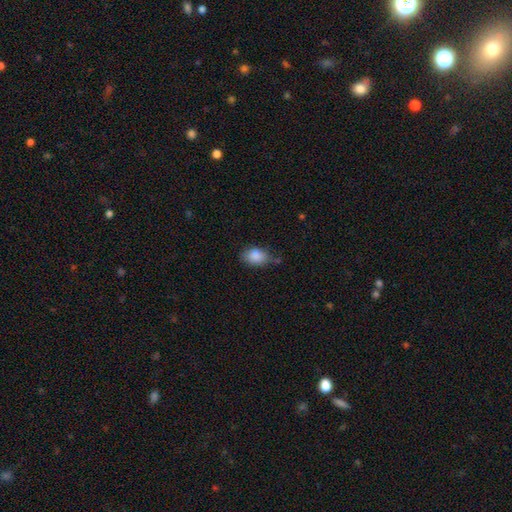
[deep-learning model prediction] Smooth or featured?
  - smooth: 86% *
  - star or artifact: 8%
  - featured or disk: 6%
How rounded?
  - in between: 76% *
  - round: 22%
  - cigar-shaped: 1%
Merging?
  - none: 57% *
  - minor disturbance: 32%
  - major disturbance: 7%
  - merger: 4%